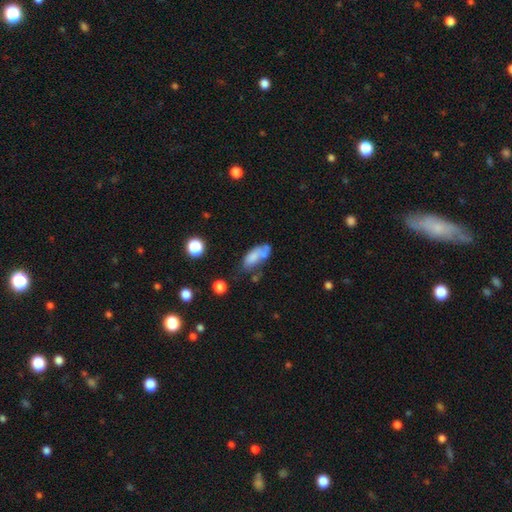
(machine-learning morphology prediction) A smooth galaxy with no disk features (65%) that is in between round and cigar-shaped (81%).

Vote fractions:
- Smooth or featured? smooth: 65% / featured or disk: 24% / star or artifact: 11%
- How rounded? in between: 81% / cigar-shaped: 15% / round: 4%
- Merging? none: 33% / merger: 25% / minor disturbance: 24% / major disturbance: 18%